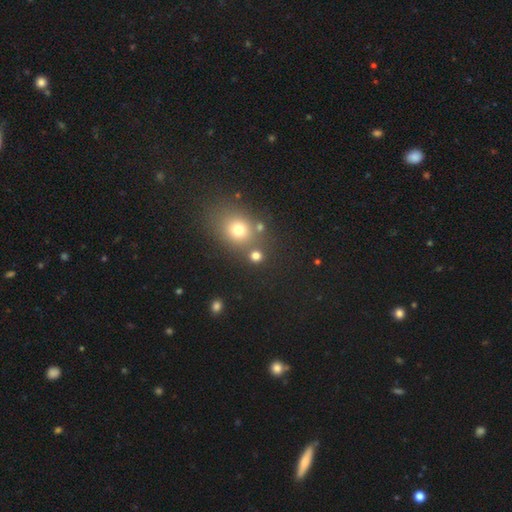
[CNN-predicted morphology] type=smooth (73%); roundness=round (84%); merging=none (74%).